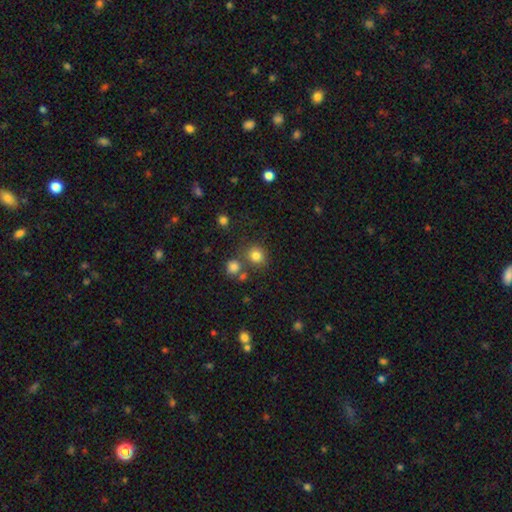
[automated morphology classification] smooth-or-featured: smooth: 80% | star or artifact: 14% | featured or disk: 7%
  how-rounded: round: 79% | in between: 20% | cigar-shaped: 1%
  merging: none: 72% | merger: 14% | minor disturbance: 10% | major disturbance: 4%